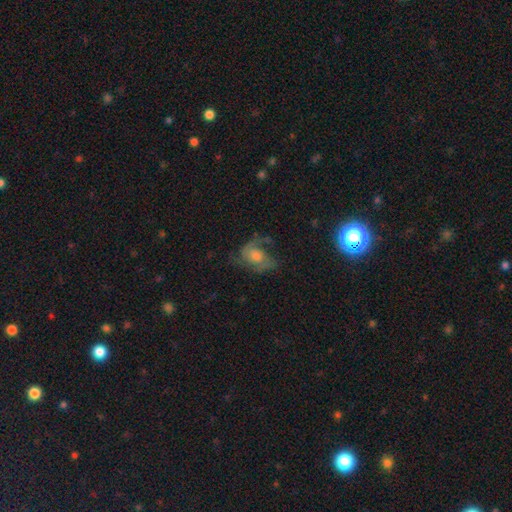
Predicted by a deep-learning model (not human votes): Morphology: type=featured or disk (69%); edge-on=no (97%); bar=no (70%); spiral arms=yes (88%); winding=medium (49%); arm count=2 (49%); bulge=moderate (51%); merging=none (50%).